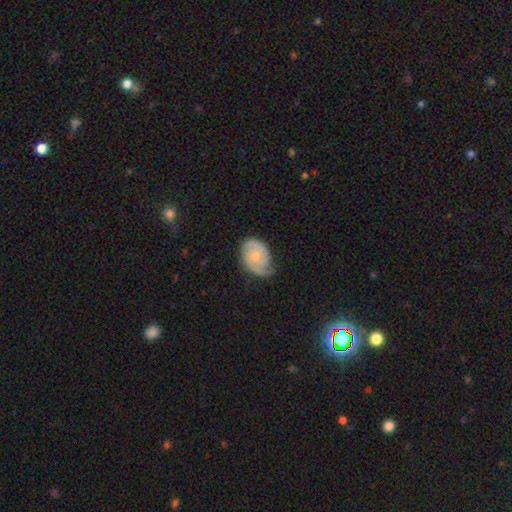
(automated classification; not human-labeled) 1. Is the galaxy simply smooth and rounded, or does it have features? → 66% featured or disk, 28% smooth, 6% star or artifact.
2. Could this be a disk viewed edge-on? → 97% no, 3% yes.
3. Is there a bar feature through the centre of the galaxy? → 73% no, 24% weak, 3% strong.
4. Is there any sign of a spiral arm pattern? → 90% yes, 10% no.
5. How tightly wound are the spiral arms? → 45% tight, 39% medium, 16% loose.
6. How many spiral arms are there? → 62% 2, 17% can't tell, 12% 1, 6% 3, 2% 4, 2% more than 4.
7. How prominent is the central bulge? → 57% small, 37% moderate, 3% none, 2% large, 1% dominant.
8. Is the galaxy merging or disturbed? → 52% none, 35% minor disturbance, 12% major disturbance, 2% merger.